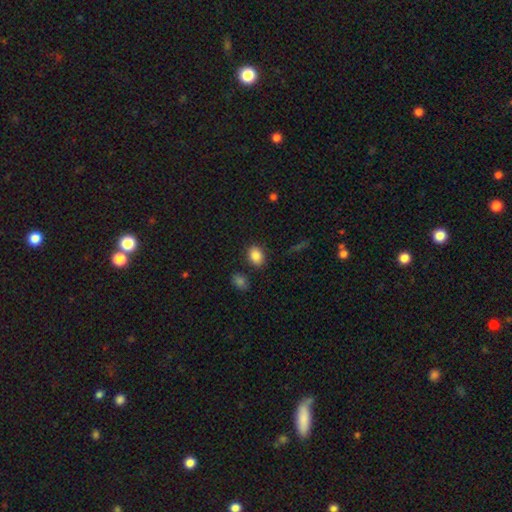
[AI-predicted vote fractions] Smooth or featured? Predicted: smooth (p=0.86). How rounded? Predicted: in between (p=0.68). Merging? Predicted: none (p=0.83).